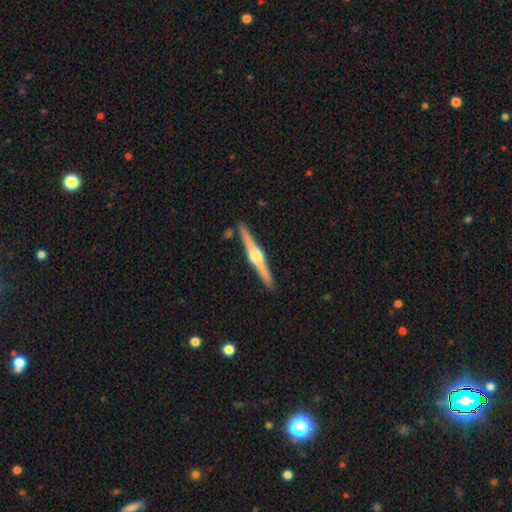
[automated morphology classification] Smooth or featured?
  - featured or disk: 84% *
  - smooth: 11%
  - star or artifact: 4%
Edge-on disk?
  - yes: 99% *
  - no: 1%
Edge-on bulge?
  - rounded: 94% *
  - boxy: 4%
  - none: 2%
Merging?
  - none: 91% *
  - minor disturbance: 6%
  - merger: 2%
  - major disturbance: 1%